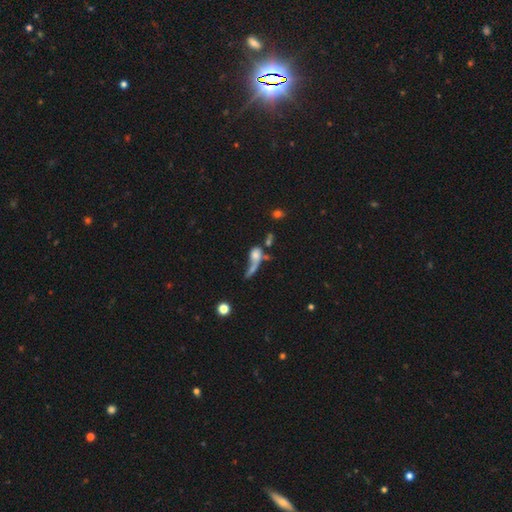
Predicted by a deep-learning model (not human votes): smooth-or-featured: smooth: 55% | featured or disk: 32% | star or artifact: 13%
  how-rounded: in between: 48% | round: 26% | cigar-shaped: 26%
  merging: merger: 38% | major disturbance: 30% | none: 20% | minor disturbance: 12%